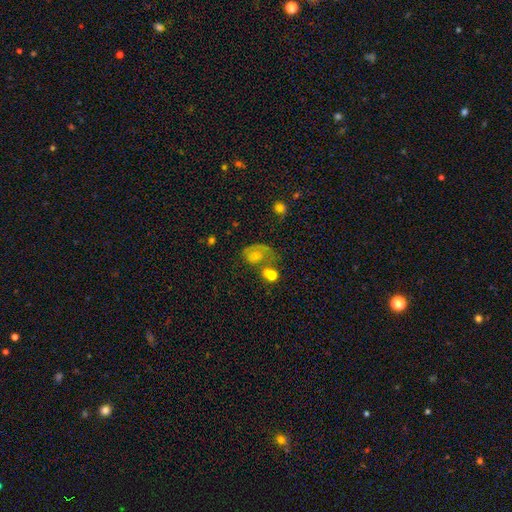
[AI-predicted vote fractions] featured or disk 47%, smooth 35%, star or artifact 18%. Down the decision tree: merging — none (34%).